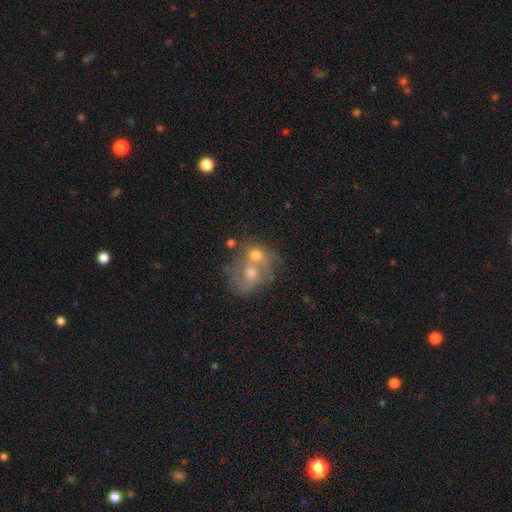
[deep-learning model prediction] smooth-or-featured: featured or disk: 44% | smooth: 34% | star or artifact: 22%
  merging: merger: 44% | none: 37% | minor disturbance: 11% | major disturbance: 8%